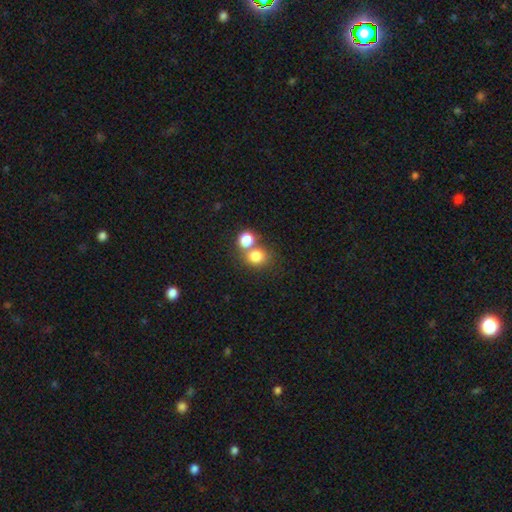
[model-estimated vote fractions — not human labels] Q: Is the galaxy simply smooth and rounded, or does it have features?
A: smooth — 78%.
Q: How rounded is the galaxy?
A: round — 75%.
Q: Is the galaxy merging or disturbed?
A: none — 47%.